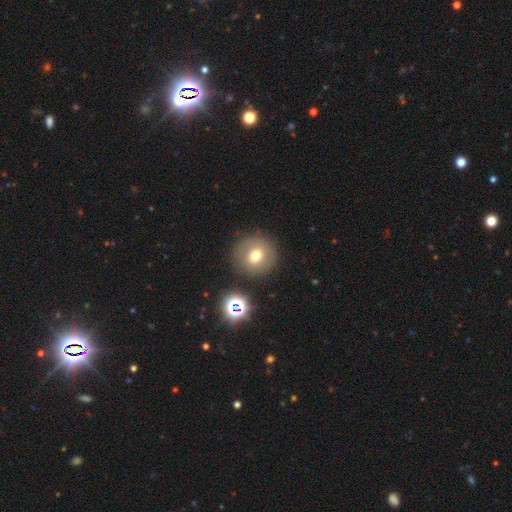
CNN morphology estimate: Q: Smooth or featured?
A: smooth (70%); runner-up: featured or disk (18%)
Q: How rounded?
A: round (90%); runner-up: in between (9%)
Q: Merging?
A: none (85%); runner-up: minor disturbance (8%)